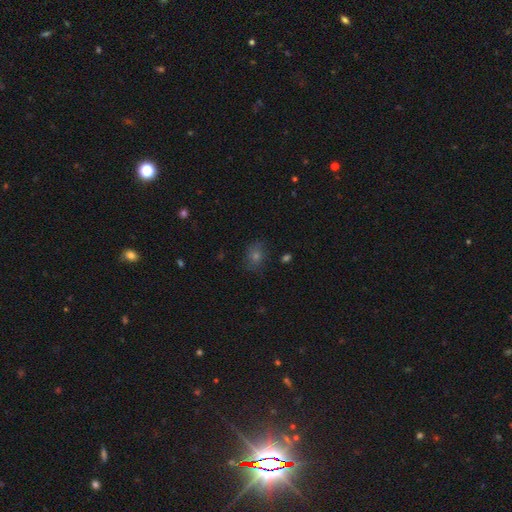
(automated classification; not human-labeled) Overall: smooth (54%; star or artifact 30%). How rounded: round (58%; in between 41%). Merging: none (82%).